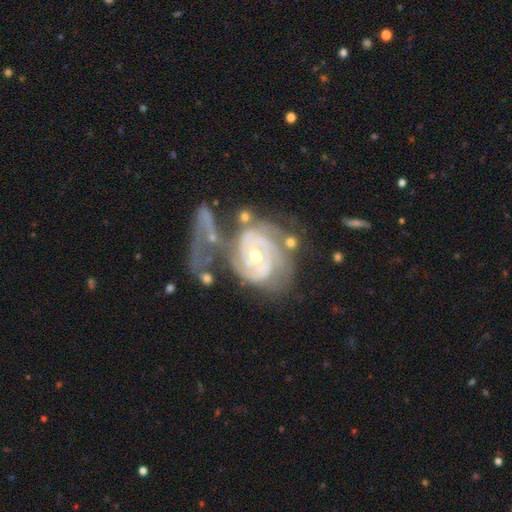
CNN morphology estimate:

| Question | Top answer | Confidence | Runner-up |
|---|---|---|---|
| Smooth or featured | featured or disk | 90% | smooth (5%) |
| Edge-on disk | no | 97% | yes (3%) |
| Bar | no | 62% | weak (27%) |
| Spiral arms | yes | 96% | no (4%) |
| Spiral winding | tight | 71% | medium (22%) |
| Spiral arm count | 2 | 39% | can't tell (24%) |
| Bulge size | moderate | 61% | small (34%) |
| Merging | major disturbance | 30% | merger (27%) |